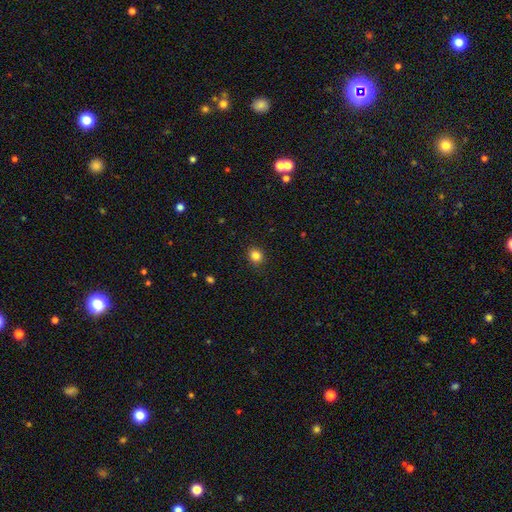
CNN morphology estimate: Overall: smooth (84%). How rounded: round (79%). Merging: none (90%).